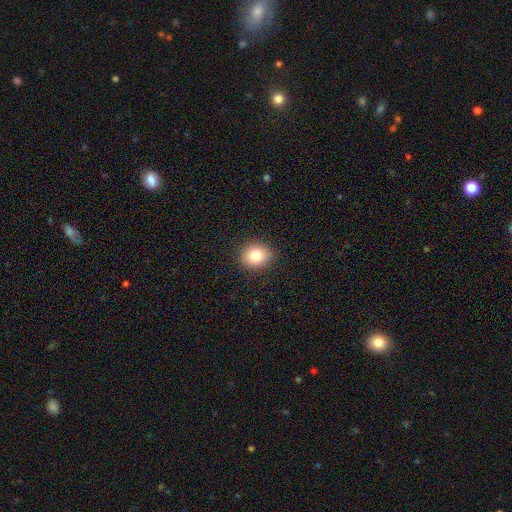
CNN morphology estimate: A smooth galaxy with no disk features (82%) that is round (64%). Merging: none (90%).